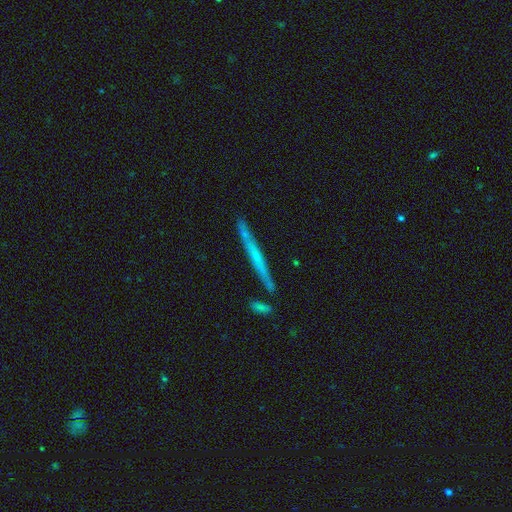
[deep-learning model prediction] smooth_or_featured: featured or disk (p=0.50) [alt: smooth p=0.43]
disk_edge_on: yes (p=0.95) [alt: no p=0.05]
merging: none (p=0.84) [alt: minor disturbance p=0.10]